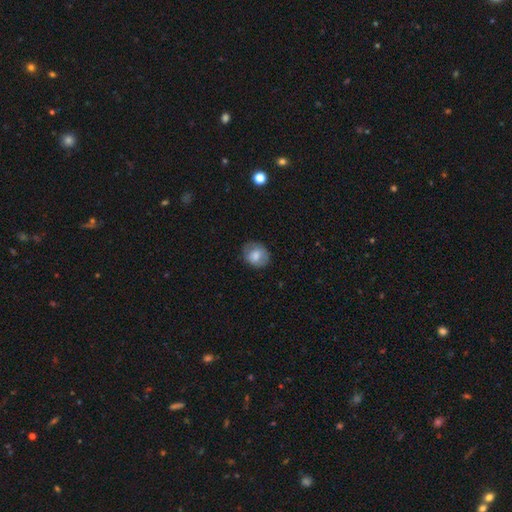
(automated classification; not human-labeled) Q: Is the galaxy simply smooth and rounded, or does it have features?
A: smooth — 74%.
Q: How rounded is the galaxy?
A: round — 64%.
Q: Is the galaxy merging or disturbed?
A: none — 73%.